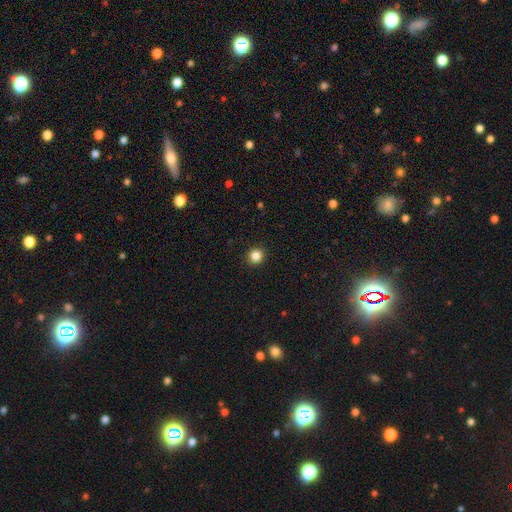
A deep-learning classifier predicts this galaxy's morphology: Overall: smooth (85%). How rounded: round (90%). Merging: none (92%).